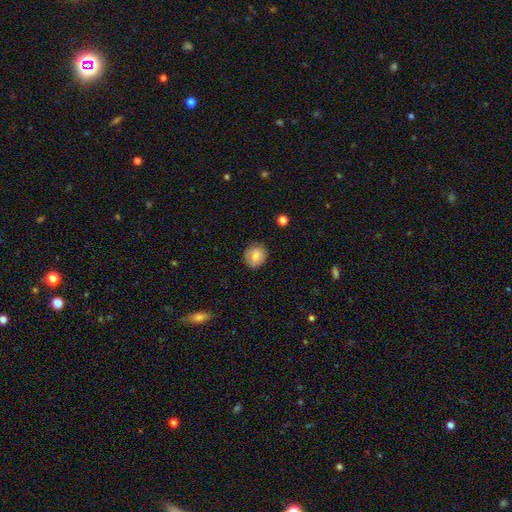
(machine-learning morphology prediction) smooth-or-featured: smooth: 75% | featured or disk: 16% | star or artifact: 8%
  how-rounded: round: 81% | in between: 18% | cigar-shaped: 1%
  merging: none: 80% | minor disturbance: 15% | major disturbance: 3% | merger: 1%